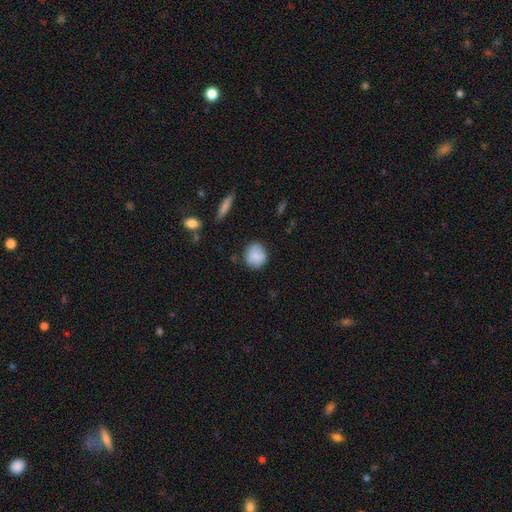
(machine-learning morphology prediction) smooth-or-featured: smooth: 85% | featured or disk: 8% | star or artifact: 7%
  how-rounded: round: 78% | in between: 21% | cigar-shaped: 1%
  merging: none: 80% | minor disturbance: 15% | major disturbance: 3% | merger: 2%